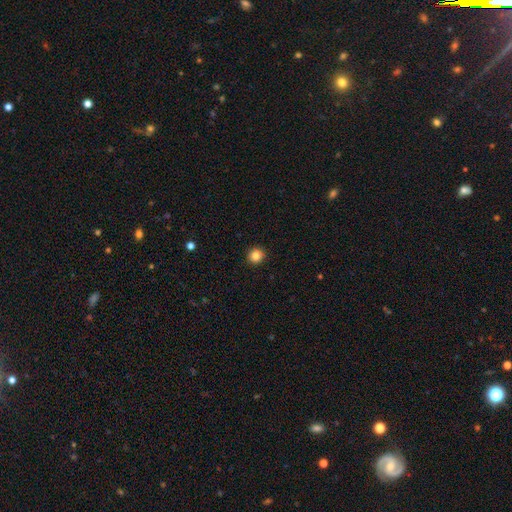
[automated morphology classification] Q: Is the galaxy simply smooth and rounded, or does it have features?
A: smooth — 83%.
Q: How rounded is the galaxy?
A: round — 91%.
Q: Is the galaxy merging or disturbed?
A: none — 93%.